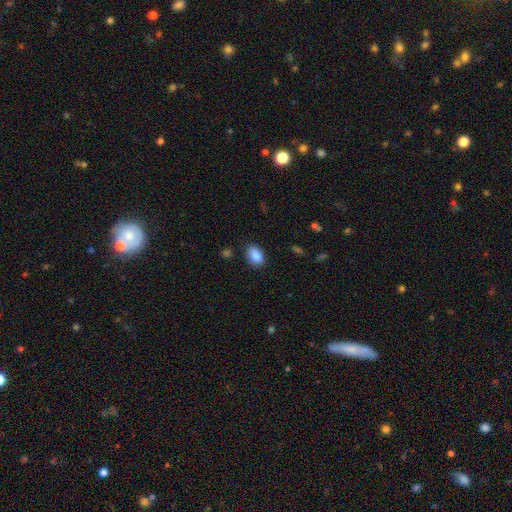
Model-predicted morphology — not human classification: smooth 88%, star or artifact 8%, featured or disk 4%. Down the decision tree: how rounded — in between (88%); merging — none (83%).